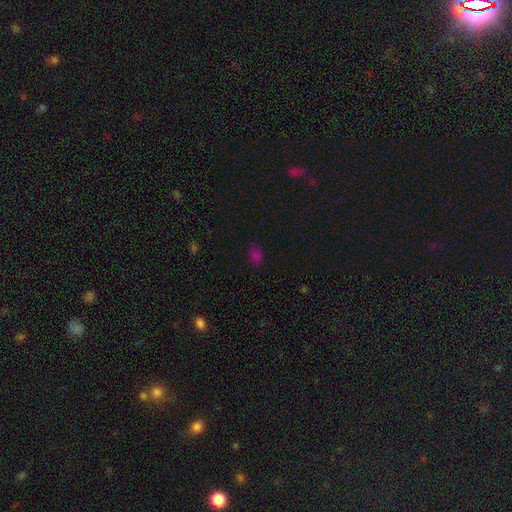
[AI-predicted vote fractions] This is likely a smooth galaxy (71%). How rounded: clearly in between (81%). Merging: likely none (73%).